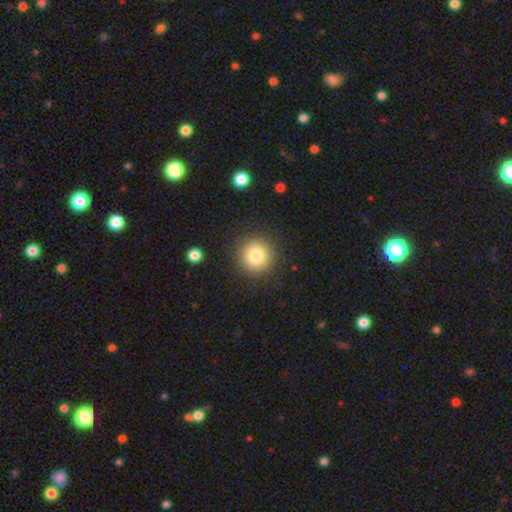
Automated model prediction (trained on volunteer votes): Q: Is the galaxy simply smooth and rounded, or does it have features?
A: smooth — 81%.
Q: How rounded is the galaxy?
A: round — 95%.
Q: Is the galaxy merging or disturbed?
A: none — 90%.